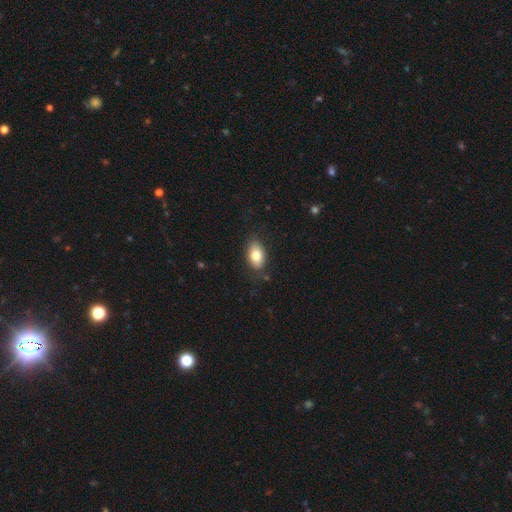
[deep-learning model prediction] This is clearly a smooth galaxy (80%). How rounded: clearly in between (91%). Merging: clearly none (81%).